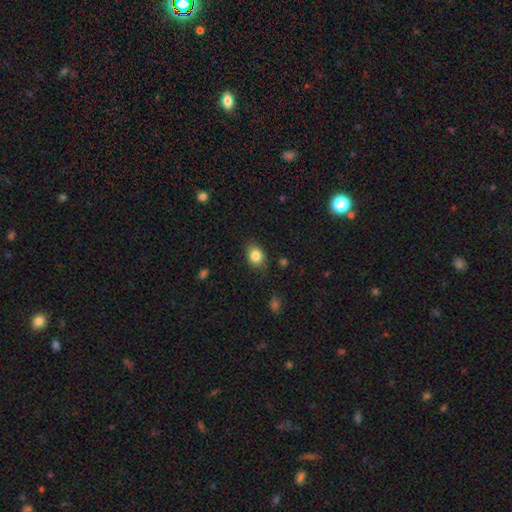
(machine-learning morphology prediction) type=smooth (83%); roundness=in between (56%); merging=none (77%).